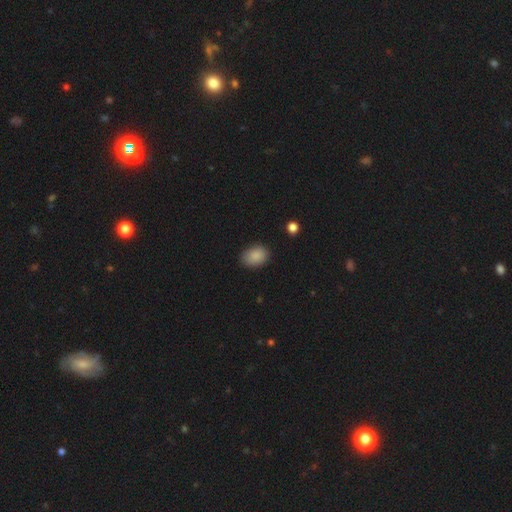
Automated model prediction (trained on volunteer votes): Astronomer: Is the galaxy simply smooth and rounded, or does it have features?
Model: smooth — 88%.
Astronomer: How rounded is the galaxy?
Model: in between — 79%.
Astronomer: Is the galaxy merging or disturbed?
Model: none — 82%.